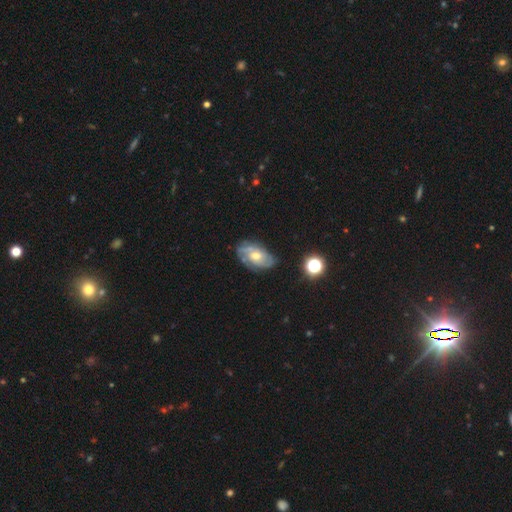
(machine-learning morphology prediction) A featured or disk galaxy (75%) with no bar (64%), 2 (38%) tight (49%) spiral arms (89%) and a moderate central bulge (66%). Merging: none (68%).